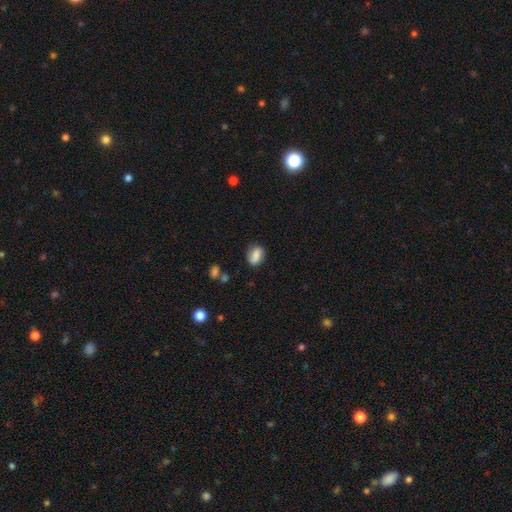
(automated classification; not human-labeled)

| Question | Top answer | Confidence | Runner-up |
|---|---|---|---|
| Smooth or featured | smooth | 79% | featured or disk (13%) |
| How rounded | in between | 73% | round (24%) |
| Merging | none | 74% | minor disturbance (18%) |